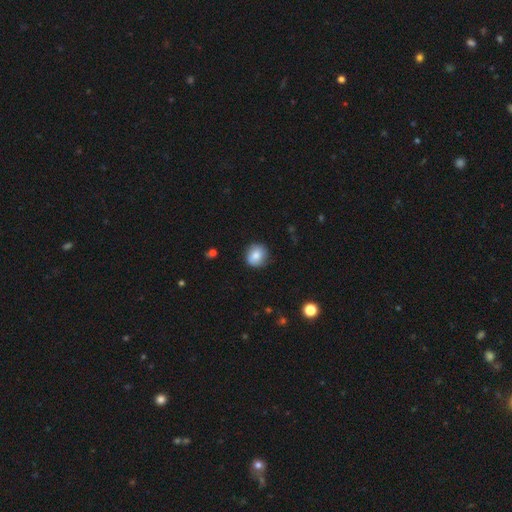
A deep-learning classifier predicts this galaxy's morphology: A smooth galaxy with no disk features (77%) that is round (85%).

Vote fractions:
- Smooth or featured? smooth: 77% / featured or disk: 15% / star or artifact: 8%
- How rounded? round: 85% / in between: 14% / cigar-shaped: 1%
- Merging? none: 83% / minor disturbance: 13% / major disturbance: 3% / merger: 1%